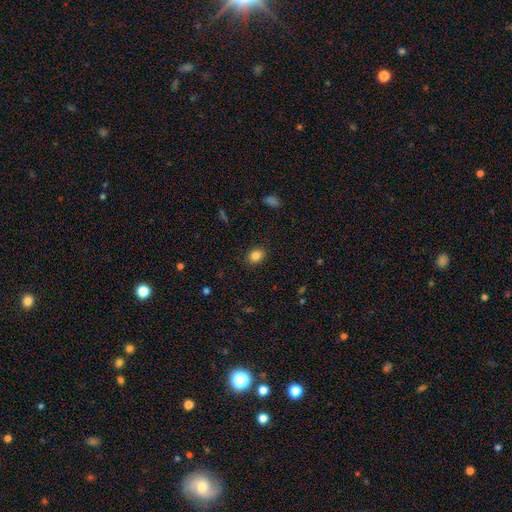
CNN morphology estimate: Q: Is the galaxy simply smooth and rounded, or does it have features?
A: smooth — 84%.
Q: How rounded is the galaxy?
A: in between — 52%.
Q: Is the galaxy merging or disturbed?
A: none — 88%.